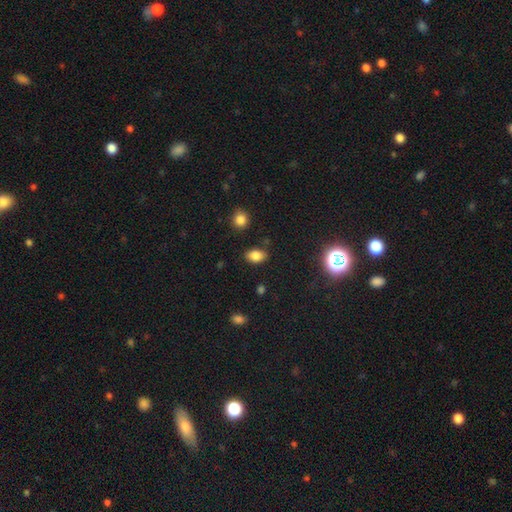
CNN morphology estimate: Smooth or featured?
  - smooth: 82% *
  - star or artifact: 11%
  - featured or disk: 6%
How rounded?
  - in between: 84% *
  - round: 14%
  - cigar-shaped: 2%
Merging?
  - none: 82% *
  - minor disturbance: 12%
  - merger: 3%
  - major disturbance: 3%